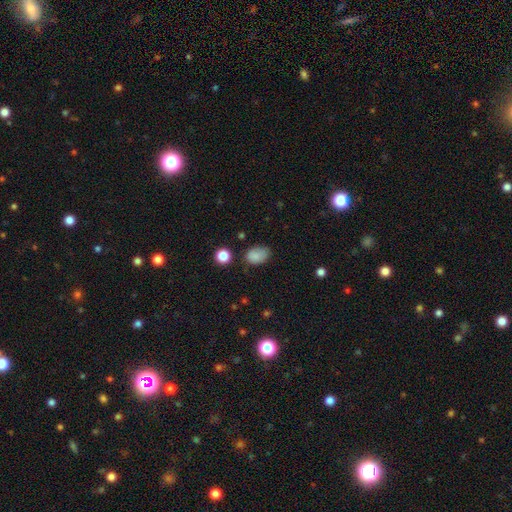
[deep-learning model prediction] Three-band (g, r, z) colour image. It shows a smooth galaxy with no disk features (83%) that is in between round and cigar-shaped (78%). Merging: none (60%).